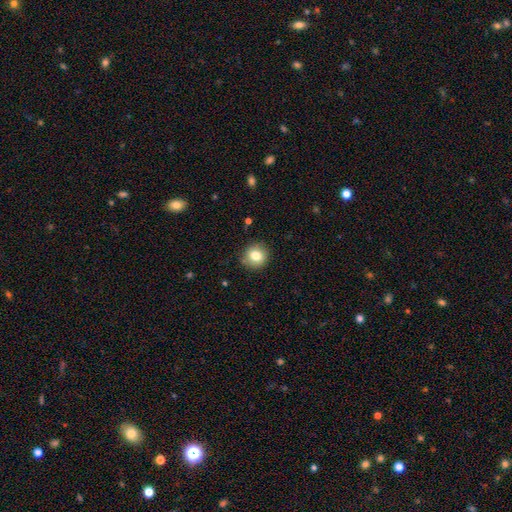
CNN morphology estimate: smooth 81%, star or artifact 10%, featured or disk 10%. Down the decision tree: how rounded — round (88%); merging — none (87%).